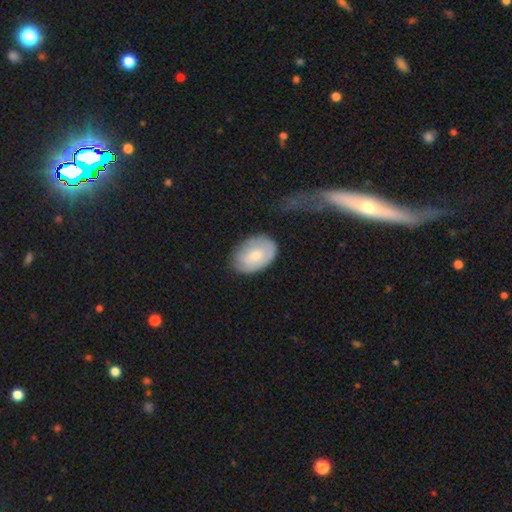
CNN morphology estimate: A smooth galaxy with no disk features (68%) that is in between round and cigar-shaped (82%). Merging: none (70%).